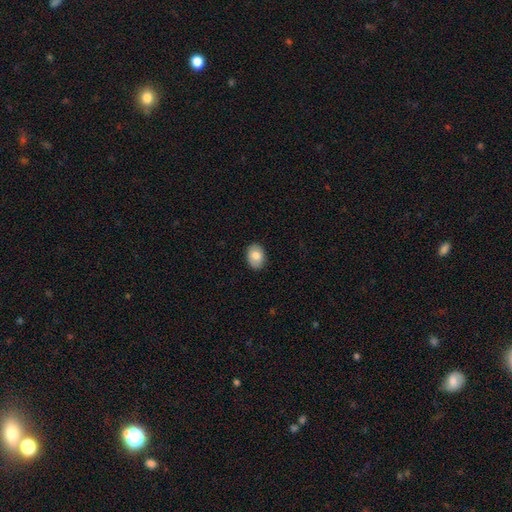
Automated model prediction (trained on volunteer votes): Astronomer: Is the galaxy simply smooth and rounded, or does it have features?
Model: smooth — 84%.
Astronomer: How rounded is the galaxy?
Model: in between — 77%.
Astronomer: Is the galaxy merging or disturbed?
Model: none — 88%.